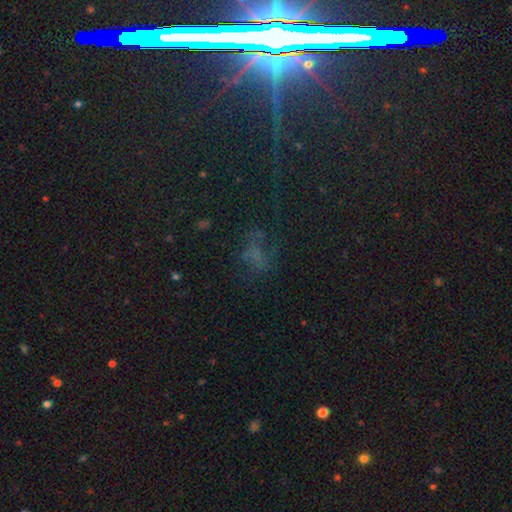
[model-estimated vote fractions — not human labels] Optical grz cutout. It shows a star or artifact, not a galaxy (44%).